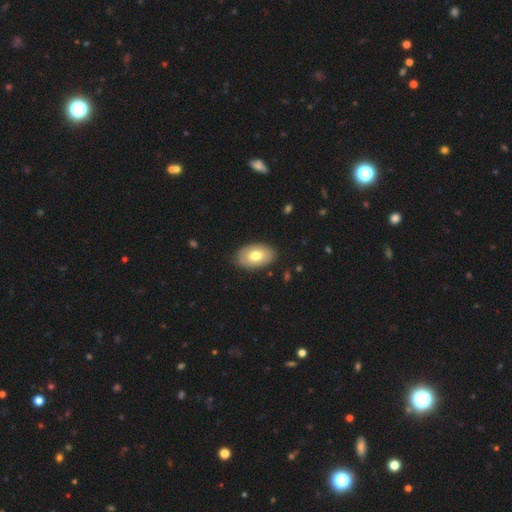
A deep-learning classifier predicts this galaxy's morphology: Smooth or featured? Predicted: smooth (p=0.67). How rounded? Predicted: in between (p=0.92). Merging? Predicted: none (p=0.85).